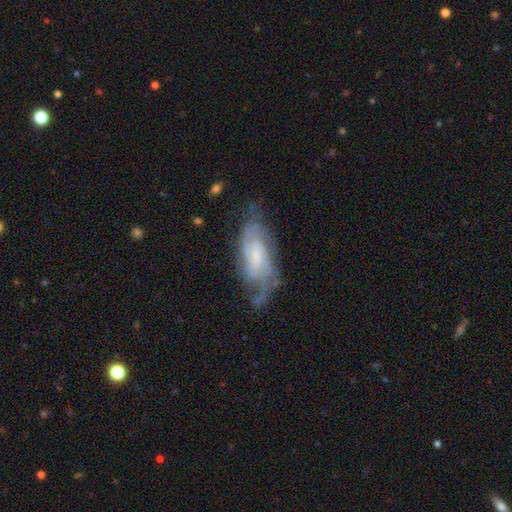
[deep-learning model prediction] The model was most divided on "spiral winding": tight: 46%, medium: 41%, loose: 13%. Remaining: spiral arms — yes (92%); edge-on disk — no (91%); smooth or featured — featured or disk (76%); merging — none (63%); bar — no (50%); bulge size — small (45%); spiral arm count — can't tell (36%).